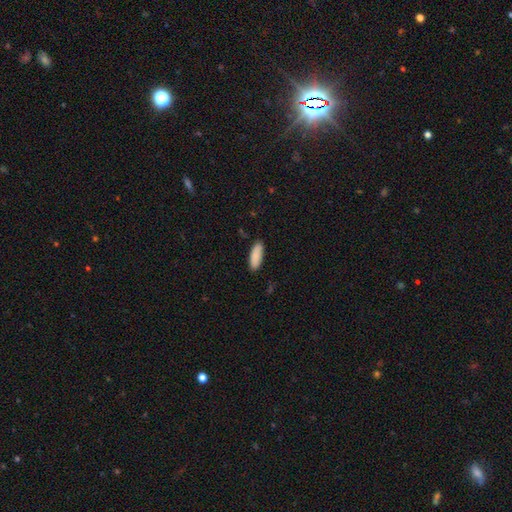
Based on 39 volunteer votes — Smooth or featured? smooth (100%)
How rounded? in between (67%)
Merging? none (85%)